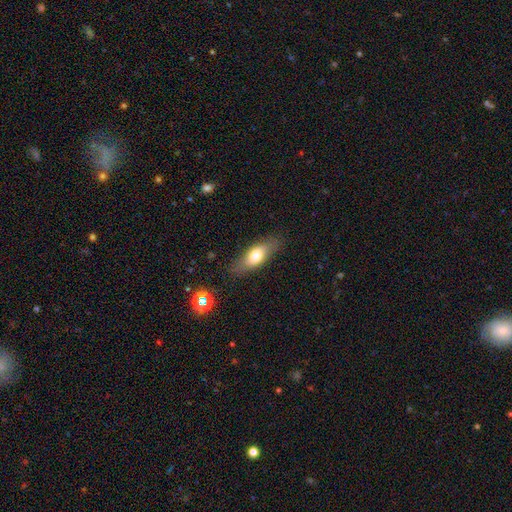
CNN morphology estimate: This is likely a smooth galaxy (67%). How rounded: likely in between (69%). Merging: clearly none (82%).